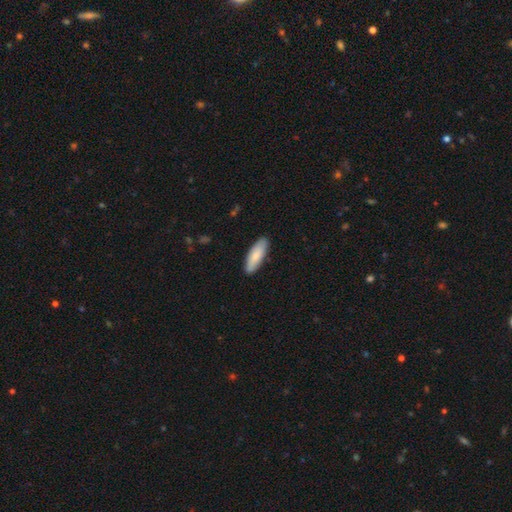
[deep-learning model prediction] Q: Smooth or featured?
A: smooth (83%); runner-up: featured or disk (12%)
Q: How rounded?
A: in between (60%); runner-up: cigar-shaped (39%)
Q: Merging?
A: none (87%); runner-up: minor disturbance (10%)